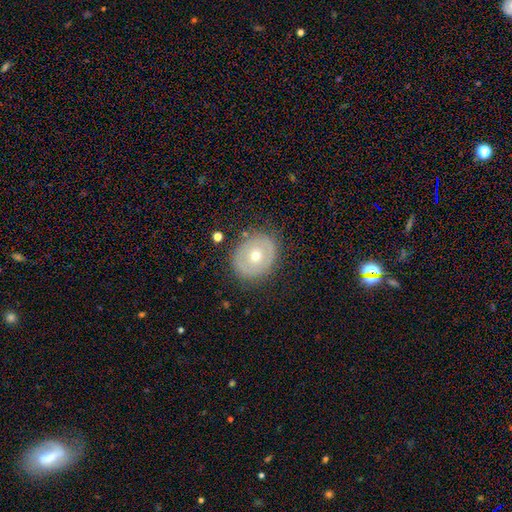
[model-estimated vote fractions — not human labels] Smooth or featured? Predicted: smooth (p=0.47). Merging? Predicted: none (p=0.83).